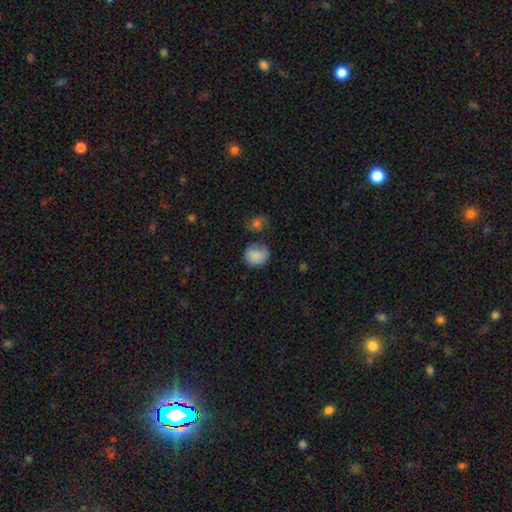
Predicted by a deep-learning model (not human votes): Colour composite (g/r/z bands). It shows a smooth galaxy with no disk features (84%) that is round (78%). Merging: none (61%).